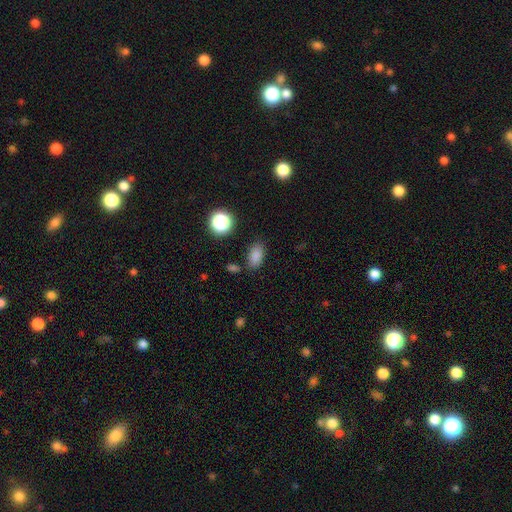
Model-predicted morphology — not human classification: smooth 82%, star or artifact 13%, featured or disk 5%. Down the decision tree: how rounded — in between (88%); merging — none (79%).